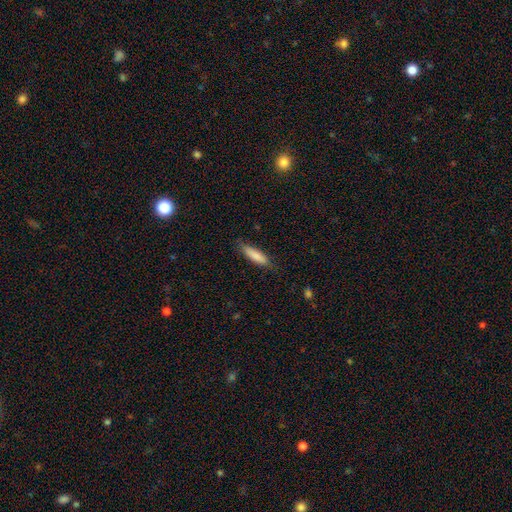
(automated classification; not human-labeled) Smooth or featured?
  - smooth: 84% *
  - featured or disk: 11%
  - star or artifact: 6%
How rounded?
  - cigar-shaped: 67% *
  - in between: 31%
  - round: 1%
Merging?
  - none: 80% *
  - minor disturbance: 16%
  - major disturbance: 3%
  - merger: 1%